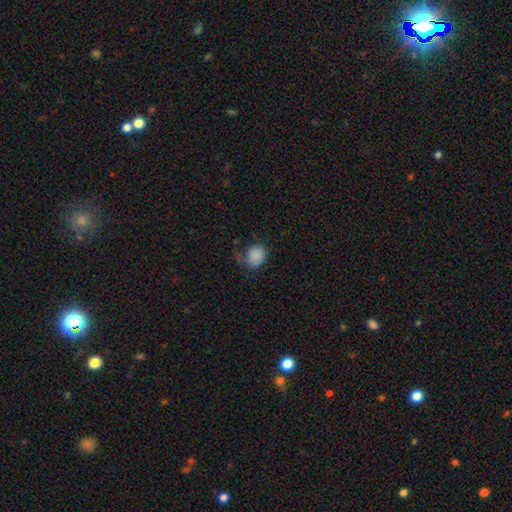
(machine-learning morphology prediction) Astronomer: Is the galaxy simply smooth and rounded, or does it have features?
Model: smooth — 83%.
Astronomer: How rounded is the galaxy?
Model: round — 62%.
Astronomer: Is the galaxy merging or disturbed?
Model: none — 45% (runner-up: minor disturbance, 29%).